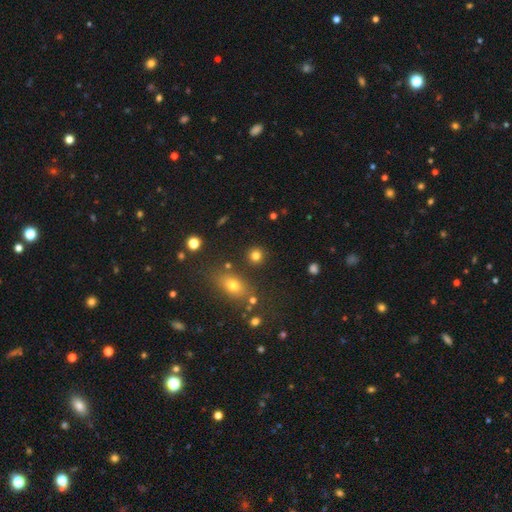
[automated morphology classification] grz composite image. It shows a smooth galaxy with no disk features (81%) that is round (90%). Merging: none (87%).